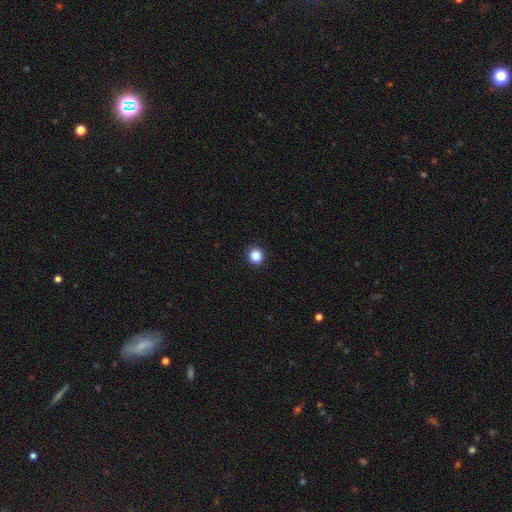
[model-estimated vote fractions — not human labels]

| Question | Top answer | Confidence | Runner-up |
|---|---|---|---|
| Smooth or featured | smooth | 86% | star or artifact (11%) |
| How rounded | round | 93% | in between (6%) |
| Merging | none | 92% | minor disturbance (5%) |